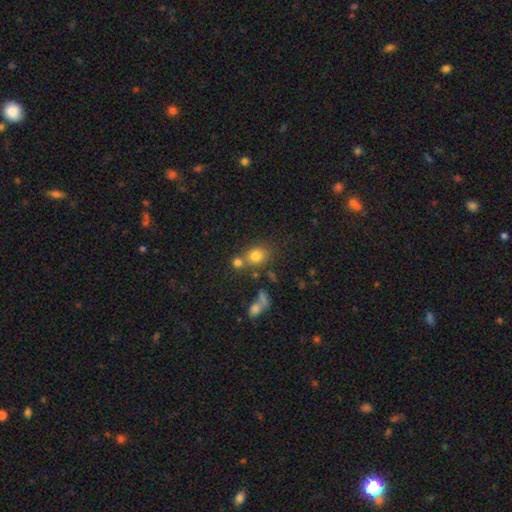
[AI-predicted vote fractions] Smooth or featured? Predicted: smooth (p=0.77). How rounded? Predicted: round (p=0.63). Merging? Predicted: none (p=0.56).